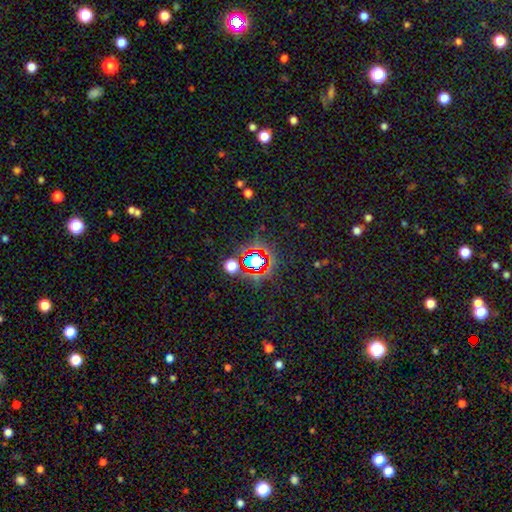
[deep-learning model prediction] Smooth or featured? star or artifact (76%)